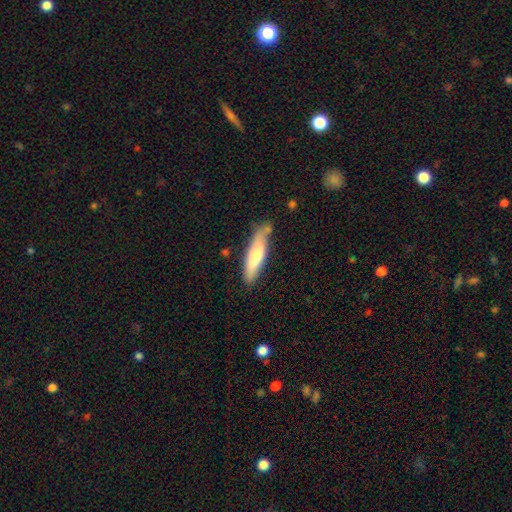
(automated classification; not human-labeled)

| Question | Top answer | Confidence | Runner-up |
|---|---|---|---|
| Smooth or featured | smooth | 66% | featured or disk (28%) |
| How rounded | cigar-shaped | 76% | in between (23%) |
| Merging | none | 72% | minor disturbance (20%) |